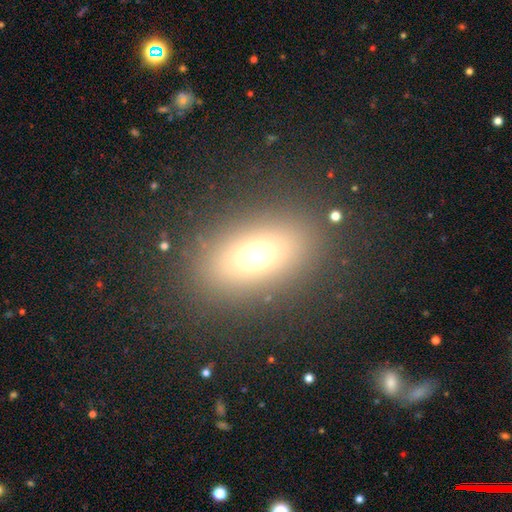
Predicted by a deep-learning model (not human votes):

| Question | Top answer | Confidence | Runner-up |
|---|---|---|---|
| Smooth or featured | smooth | 66% | star or artifact (18%) |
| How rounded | in between | 74% | round (19%) |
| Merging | none | 85% | minor disturbance (8%) |